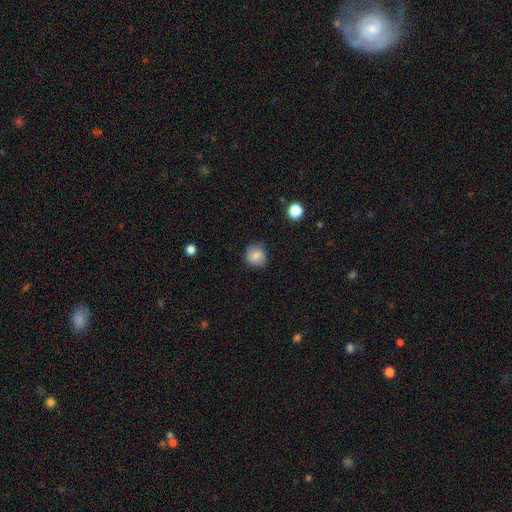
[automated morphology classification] smooth_or_featured: smooth (p=0.78) [alt: featured or disk p=0.13]
how_rounded: round (p=0.81) [alt: in between p=0.18]
merging: none (p=0.74) [alt: minor disturbance p=0.21]